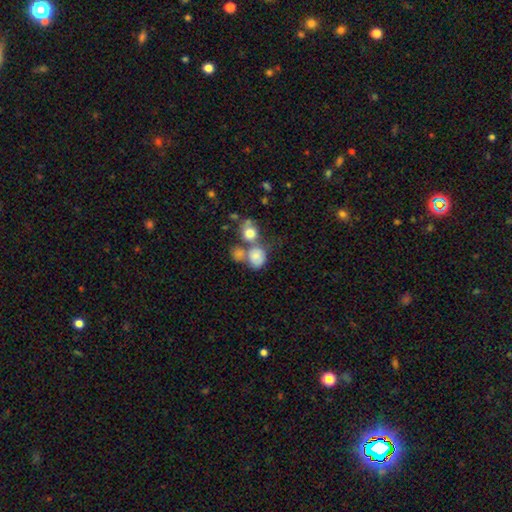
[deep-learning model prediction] Smooth or featured? Predicted: smooth (p=0.73). How rounded? Predicted: round (p=0.66). Merging? Predicted: merger (p=0.49).